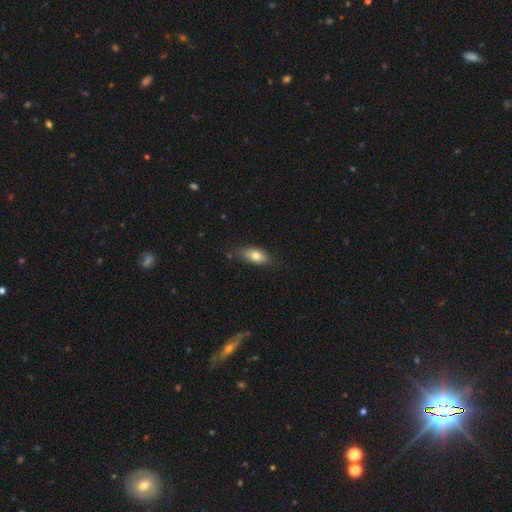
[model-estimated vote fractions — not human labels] smooth-or-featured: smooth: 77% | featured or disk: 16% | star or artifact: 7%
  how-rounded: in between: 85% | cigar-shaped: 10% | round: 5%
  merging: none: 73% | minor disturbance: 21% | major disturbance: 4% | merger: 2%